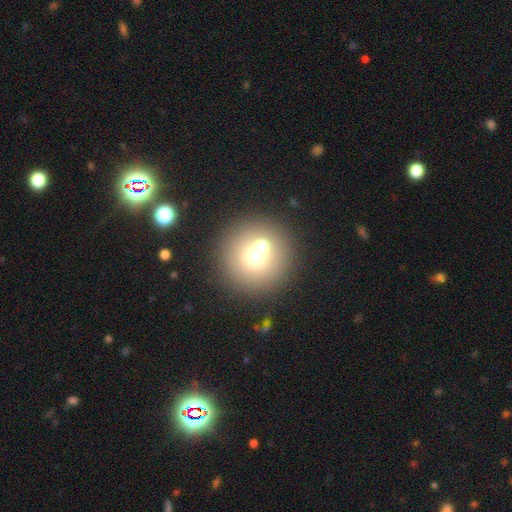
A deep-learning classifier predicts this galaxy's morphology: smooth-or-featured: smooth: 66% | featured or disk: 18% | star or artifact: 17%
  how-rounded: round: 95% | in between: 4% | cigar-shaped: 1%
  merging: none: 67% | merger: 24% | minor disturbance: 6% | major disturbance: 3%